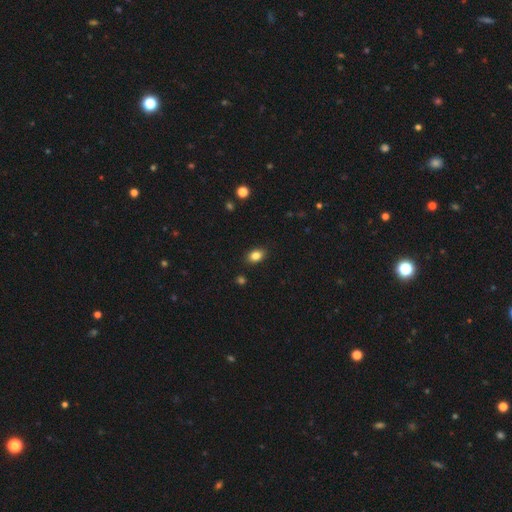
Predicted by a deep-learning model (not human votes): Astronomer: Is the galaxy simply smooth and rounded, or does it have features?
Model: smooth — 84%.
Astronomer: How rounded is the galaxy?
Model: in between — 82%.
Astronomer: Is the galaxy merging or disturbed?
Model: none — 87%.